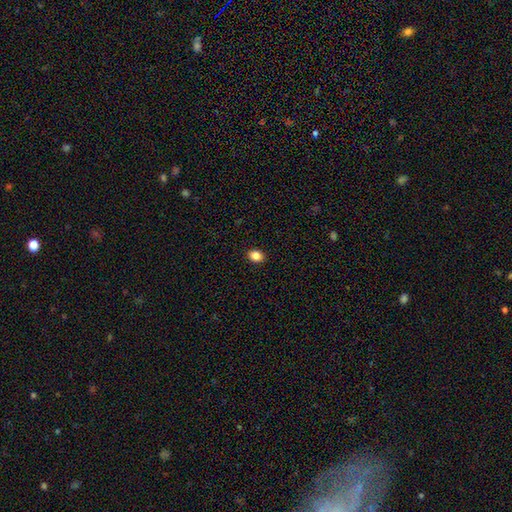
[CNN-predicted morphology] Smooth or featured? smooth (86%)
How rounded? in between (61%)
Merging? none (91%)